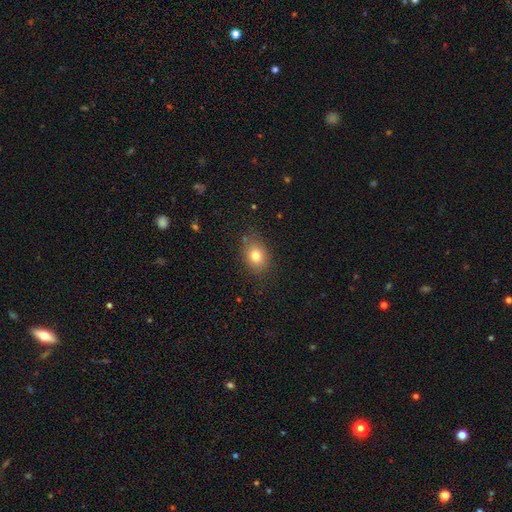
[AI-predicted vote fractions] This appears to be a smooth galaxy with no disk features (78%) that is in between round and cigar-shaped (57%). Merging: none (79%).